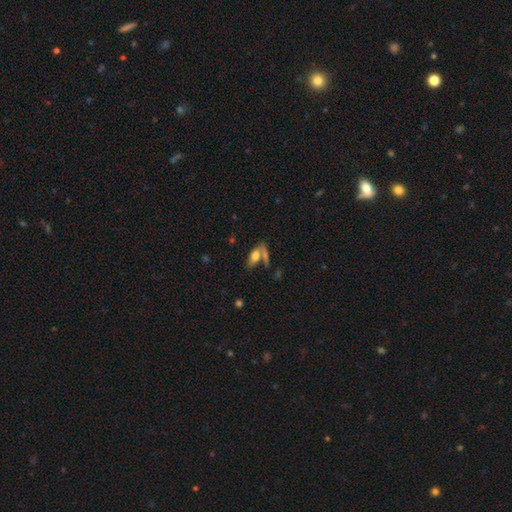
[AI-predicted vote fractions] Morphology: type=smooth (69%); roundness=in between (77%); merging=none (52%).